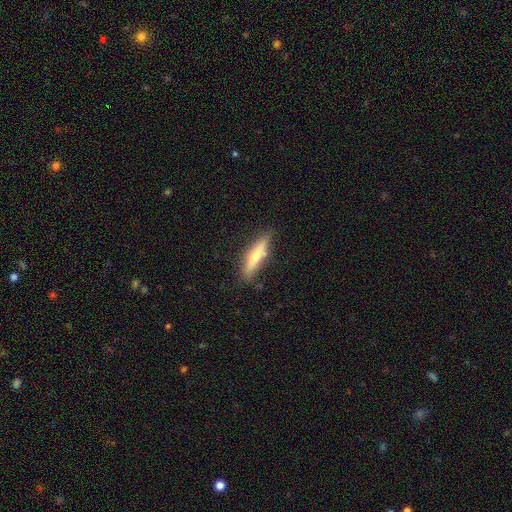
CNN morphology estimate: The model was most divided on "smooth or featured": smooth: 50%, featured or disk: 44%, star or artifact: 6%. More confident: merging — none (77%).